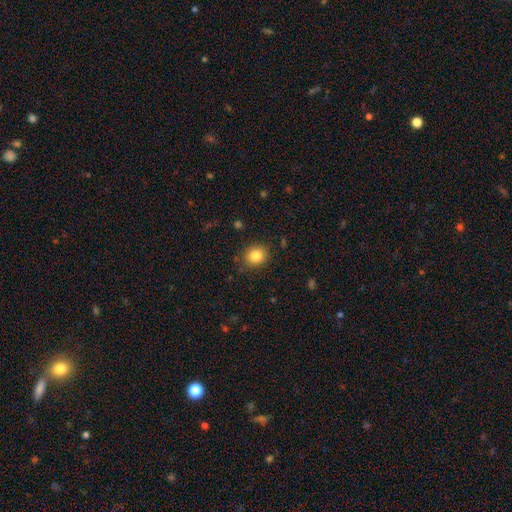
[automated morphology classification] This appears to be a smooth galaxy with no disk features (84%) that is round (73%). Merging: none (87%).